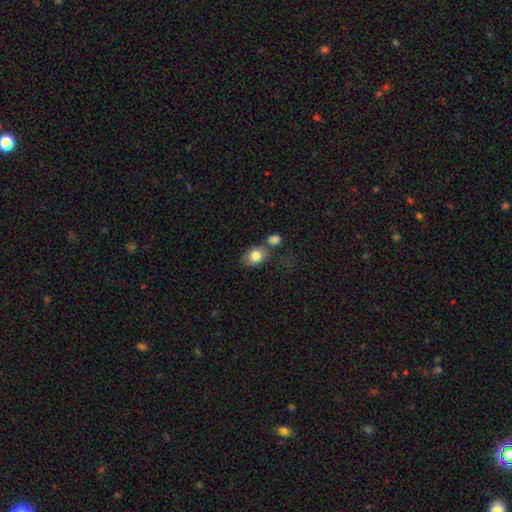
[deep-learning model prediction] Smooth or featured: smooth — 82% (featured or disk — 10%)
How rounded: in between — 70% (round — 29%)
Merging: none — 57% (merger — 21%)